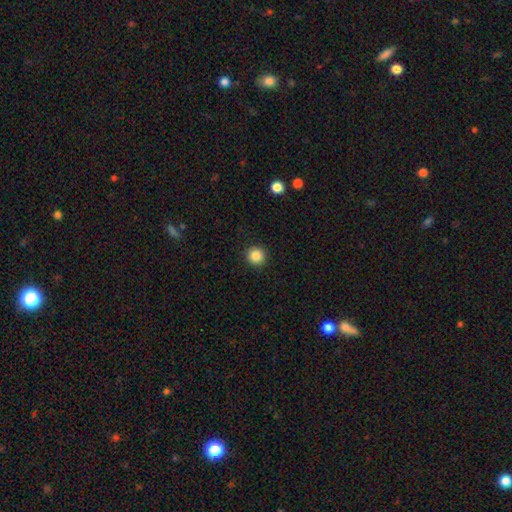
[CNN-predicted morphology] A smooth galaxy with no disk features (87%) that is round (95%).

Vote fractions:
- Smooth or featured? smooth: 87% / star or artifact: 10% / featured or disk: 3%
- How rounded? round: 95% / in between: 4% / cigar-shaped: 1%
- Merging? none: 92% / minor disturbance: 5% / major disturbance: 2% / merger: 1%